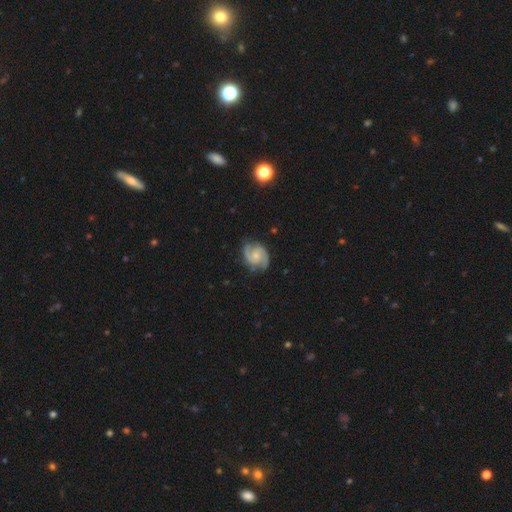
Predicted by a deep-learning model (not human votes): Q: Smooth or featured?
A: featured or disk (88%); runner-up: smooth (7%)
Q: Edge-on disk?
A: no (98%); runner-up: yes (2%)
Q: Bar?
A: no (61%); runner-up: weak (33%)
Q: Spiral arms?
A: yes (98%); runner-up: no (2%)
Q: Spiral winding?
A: medium (51%); runner-up: tight (39%)
Q: Spiral arm count?
A: 2 (91%); runner-up: can't tell (3%)
Q: Bulge size?
A: small (53%); runner-up: moderate (33%)
Q: Merging?
A: none (79%); runner-up: minor disturbance (15%)